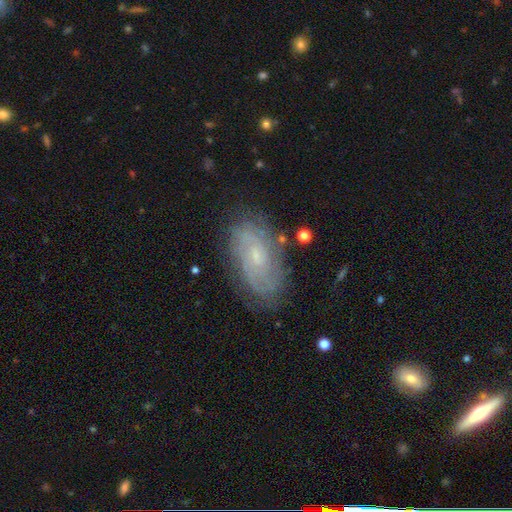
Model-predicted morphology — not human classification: Smooth or featured: featured or disk — 73% (smooth — 19%)
Edge-on disk: no — 95% (yes — 5%)
Bar: no — 65% (weak — 31%)
Spiral arms: yes — 91% (no — 9%)
Spiral winding: tight — 59% (medium — 32%)
Spiral arm count: can't tell — 40% (2 — 35%)
Bulge size: small — 69% (moderate — 22%)
Merging: none — 77% (minor disturbance — 17%)